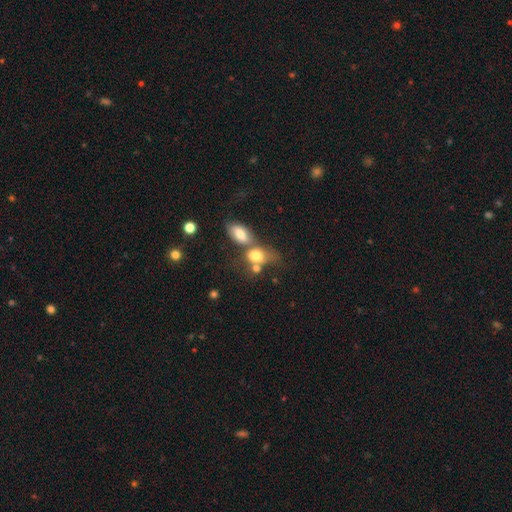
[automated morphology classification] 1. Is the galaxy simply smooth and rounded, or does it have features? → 75% smooth, 16% featured or disk, 10% star or artifact.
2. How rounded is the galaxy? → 67% in between, 29% round, 4% cigar-shaped.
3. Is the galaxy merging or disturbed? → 56% merger, 24% none, 11% minor disturbance, 8% major disturbance.